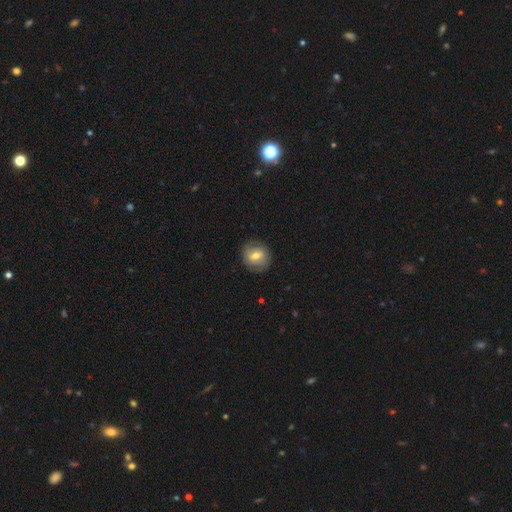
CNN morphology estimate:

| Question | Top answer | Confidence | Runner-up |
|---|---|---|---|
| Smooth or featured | smooth | 52% | featured or disk (39%) |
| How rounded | round | 79% | in between (20%) |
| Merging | none | 82% | minor disturbance (13%) |